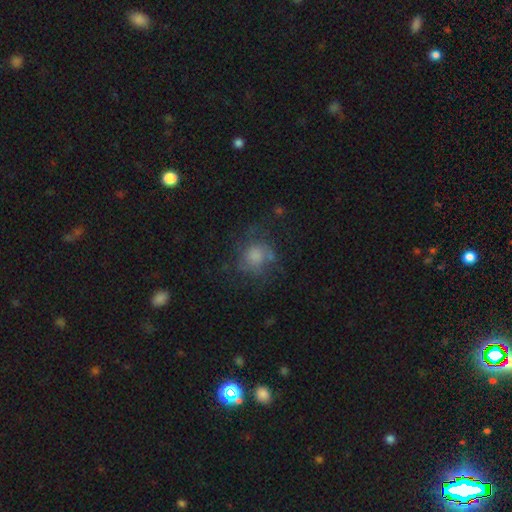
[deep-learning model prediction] smooth 51%, featured or disk 34%, star or artifact 15%. Down the decision tree: how rounded — round (78%); merging — none (56%).